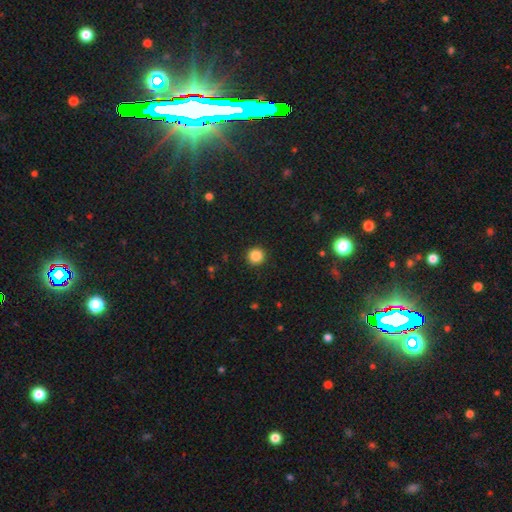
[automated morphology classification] A smooth galaxy with no disk features (86%) that is round (95%).

Vote fractions:
- Smooth or featured? smooth: 86% / star or artifact: 11% / featured or disk: 3%
- How rounded? round: 95% / in between: 4% / cigar-shaped: 1%
- Merging? none: 92% / minor disturbance: 5% / major disturbance: 2% / merger: 1%